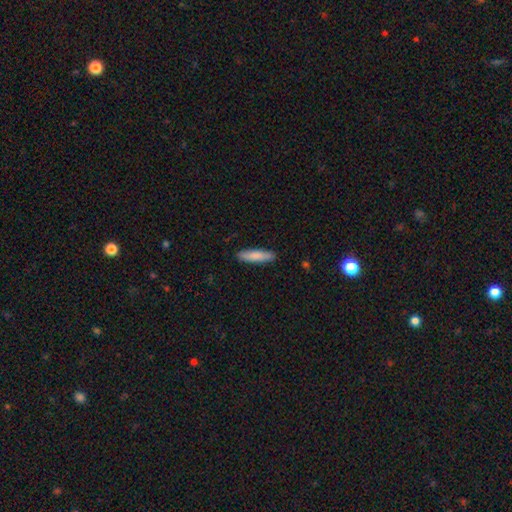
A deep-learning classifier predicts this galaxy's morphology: This appears to be a smooth galaxy with no disk features (83%) that is cigar-shaped (76%). Merging: none (90%).